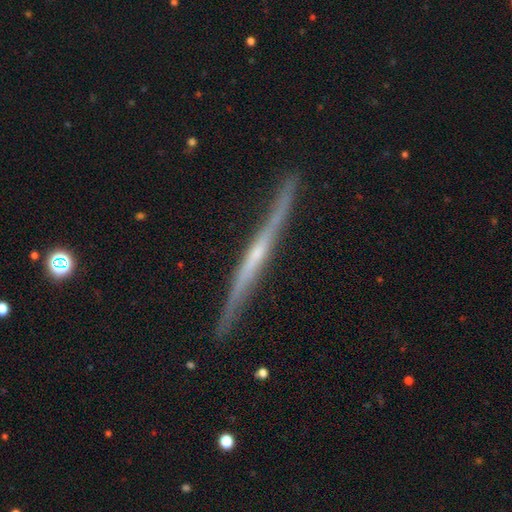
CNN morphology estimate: This is likely a featured or disk galaxy (78%). It is clearly viewed edge-on (97%). Edge-on bulge: possibly none (57%). Merging: clearly none (86%).